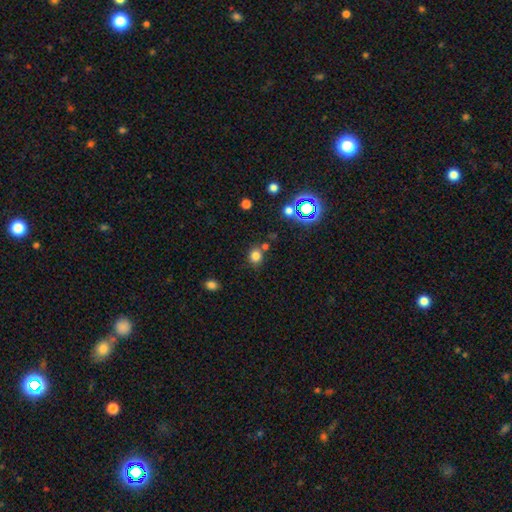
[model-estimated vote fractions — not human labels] Smooth or featured? smooth (77%)
How rounded? round (75%)
Merging? none (72%)